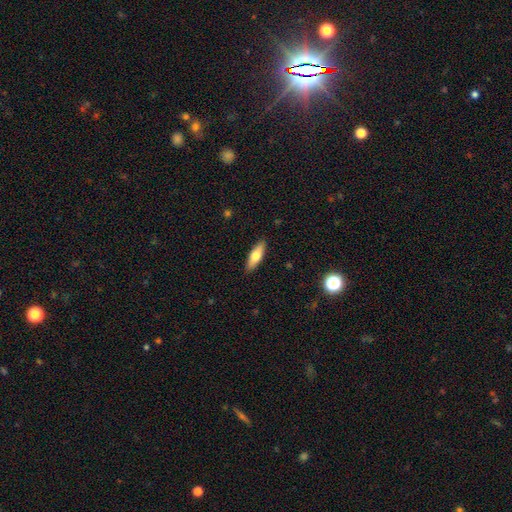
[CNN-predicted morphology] smooth-or-featured: smooth: 66% | featured or disk: 29% | star or artifact: 6%
  how-rounded: cigar-shaped: 52% | in between: 45% | round: 2%
  merging: none: 90% | minor disturbance: 8% | major disturbance: 2% | merger: 1%